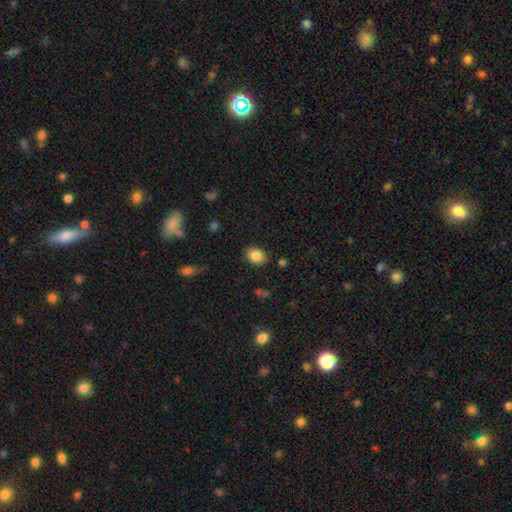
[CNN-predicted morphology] Smooth or featured? smooth (85%)
How rounded? in between (77%)
Merging? none (84%)